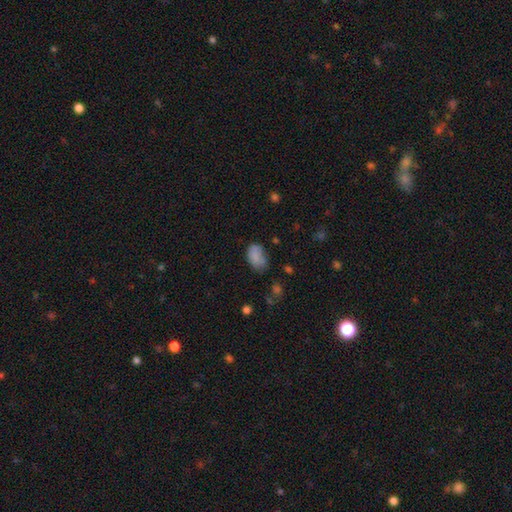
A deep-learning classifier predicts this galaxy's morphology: Smooth or featured: smooth — 80% (star or artifact — 10%)
How rounded: in between — 88% (round — 10%)
Merging: none — 48% (minor disturbance — 33%)